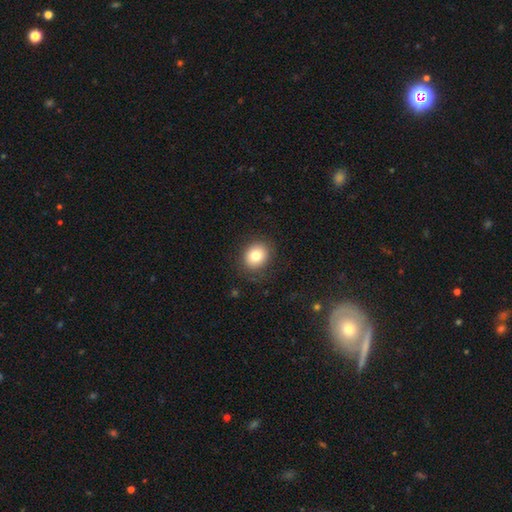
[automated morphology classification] Smooth or featured?
  - smooth: 80% *
  - featured or disk: 10%
  - star or artifact: 10%
How rounded?
  - round: 63% *
  - in between: 36%
  - cigar-shaped: 1%
Merging?
  - none: 85% *
  - minor disturbance: 10%
  - major disturbance: 4%
  - merger: 1%